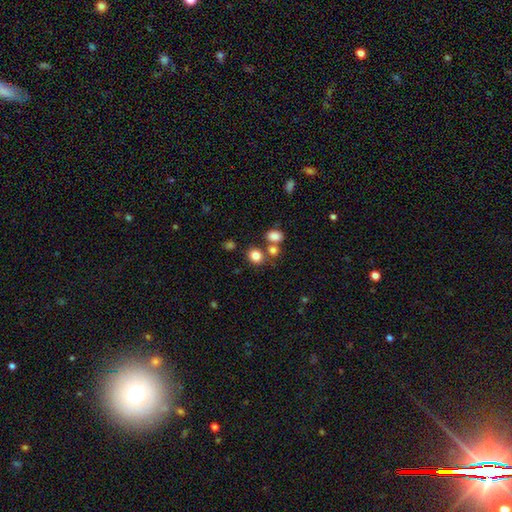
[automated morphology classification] The model was most divided on "how rounded": round: 69%, in between: 30%, cigar-shaped: 1%. More confident: smooth or featured — smooth (81%); merging — none (67%).